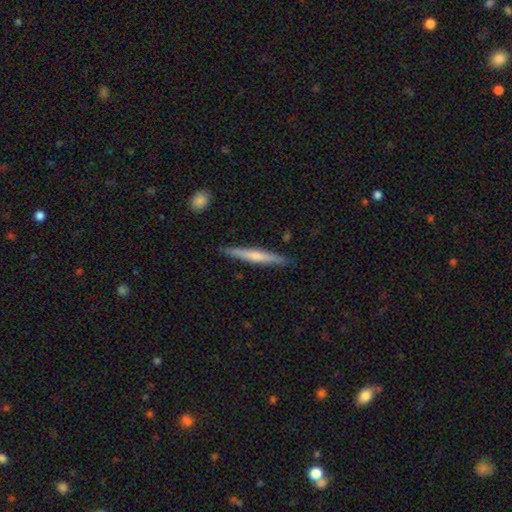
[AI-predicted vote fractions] This appears to be a smooth galaxy with no disk features (50%). Merging: none (89%).